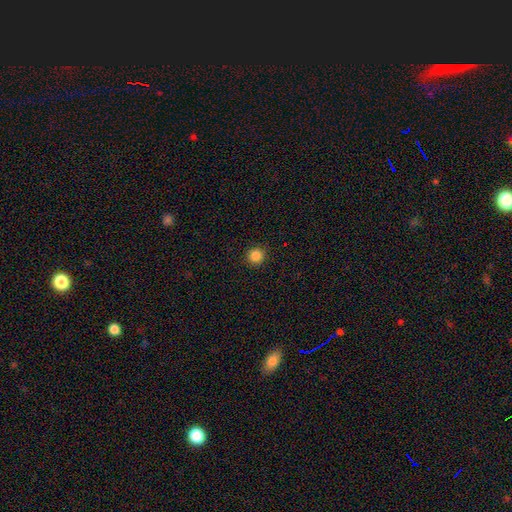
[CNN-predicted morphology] smooth-or-featured: smooth: 86% | star or artifact: 11% | featured or disk: 3%
  how-rounded: round: 95% | in between: 4% | cigar-shaped: 1%
  merging: none: 92% | minor disturbance: 5% | major disturbance: 2% | merger: 1%